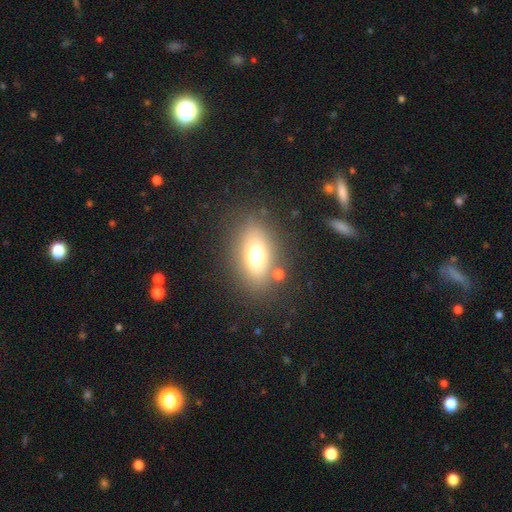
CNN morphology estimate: Smooth or featured? Predicted: smooth (p=0.68). How rounded? Predicted: in between (p=0.77). Merging? Predicted: none (p=0.79).